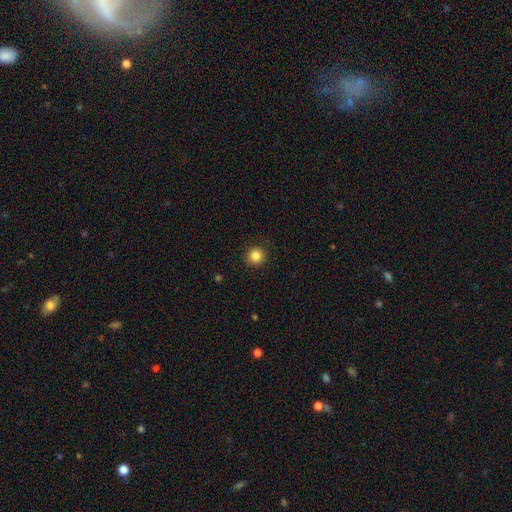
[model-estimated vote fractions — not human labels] smooth 85%, star or artifact 11%, featured or disk 4%. Down the decision tree: how rounded — round (94%); merging — none (91%).